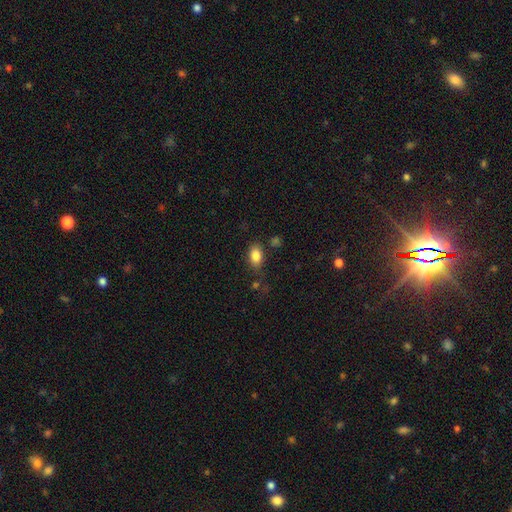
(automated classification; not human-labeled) Morphology: type=smooth (85%); roundness=in between (85%); merging=none (76%).